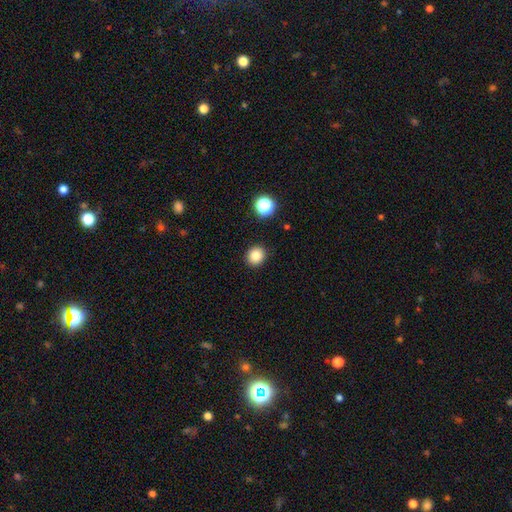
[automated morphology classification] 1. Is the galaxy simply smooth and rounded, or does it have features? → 83% smooth, 12% star or artifact, 5% featured or disk.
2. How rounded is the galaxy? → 82% round, 17% in between, 1% cigar-shaped.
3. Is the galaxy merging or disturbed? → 91% none, 6% minor disturbance, 2% major disturbance, 2% merger.